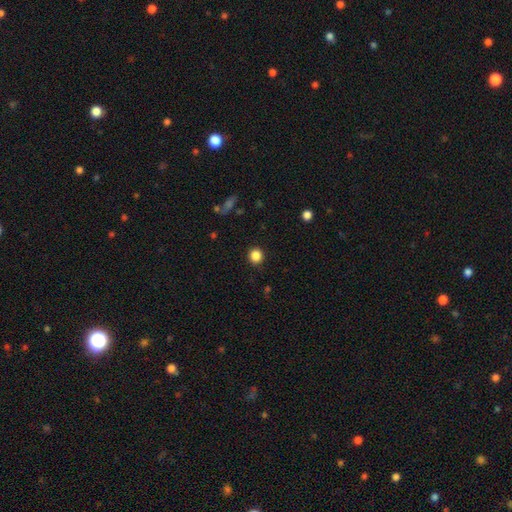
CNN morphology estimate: Smooth or featured? smooth (85%)
How rounded? round (92%)
Merging? none (91%)